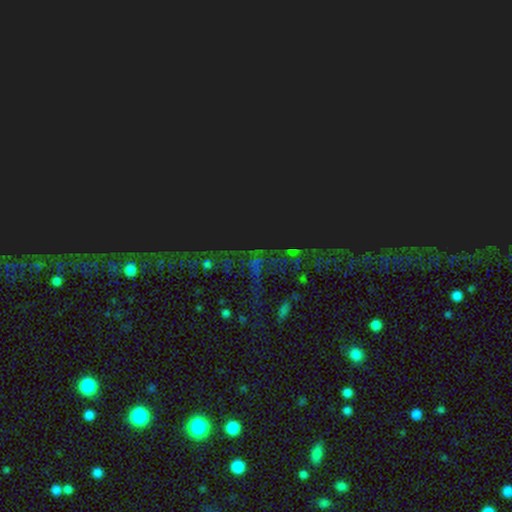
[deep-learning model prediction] Morphology: type=star or artifact (81%).